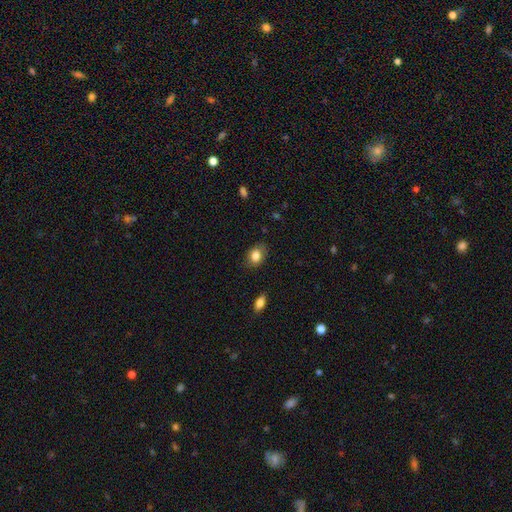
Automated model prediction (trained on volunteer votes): Smooth or featured? Predicted: smooth (p=0.82). How rounded? Predicted: in between (p=0.68). Merging? Predicted: none (p=0.80).